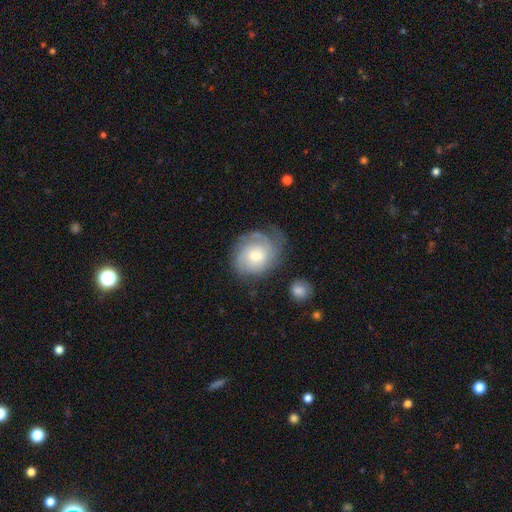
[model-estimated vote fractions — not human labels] smooth-or-featured: featured or disk: 64% | smooth: 29% | star or artifact: 7%
  disk-edge-on: no: 97% | yes: 3%
    bar: no: 56% | weak: 39% | strong: 5%
    has-spiral-arms: yes: 89% | no: 11%
      spiral-winding: tight: 59% | medium: 31% | loose: 11%
      spiral-arm-count: can't tell: 41% | 2: 23% | 3: 16% | 1: 10% | 4: 6% | more than 4: 4%
    bulge-size: moderate: 61% | small: 28% | large: 8% | none: 2% | dominant: 1%
  merging: none: 56% | minor disturbance: 25% | major disturbance: 16% | merger: 3%